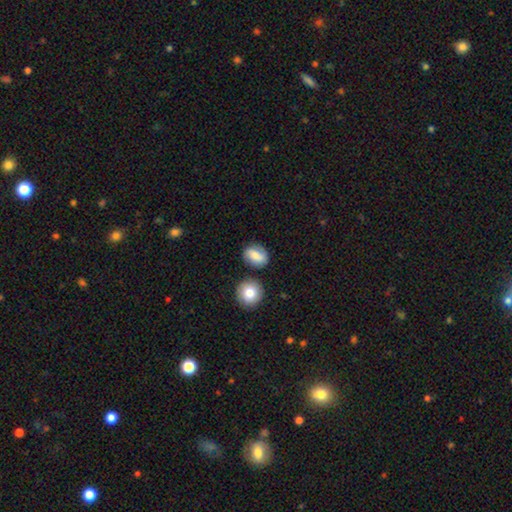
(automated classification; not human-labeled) A smooth galaxy with no disk features (63%) that is in between round and cigar-shaped (51%). Merging: none (71%).